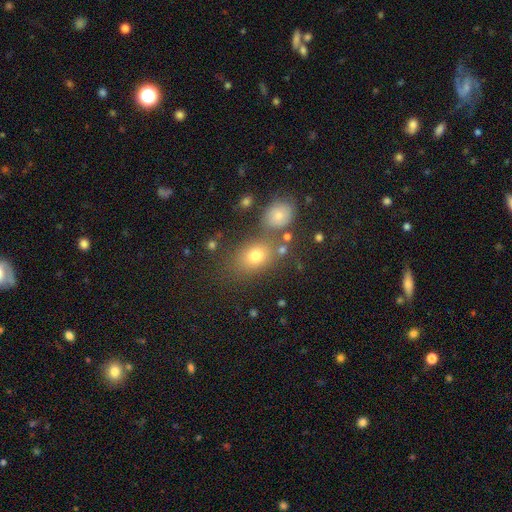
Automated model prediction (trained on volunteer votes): This is likely a smooth galaxy (74%). How rounded: likely in between (70%). Merging: likely none (66%).